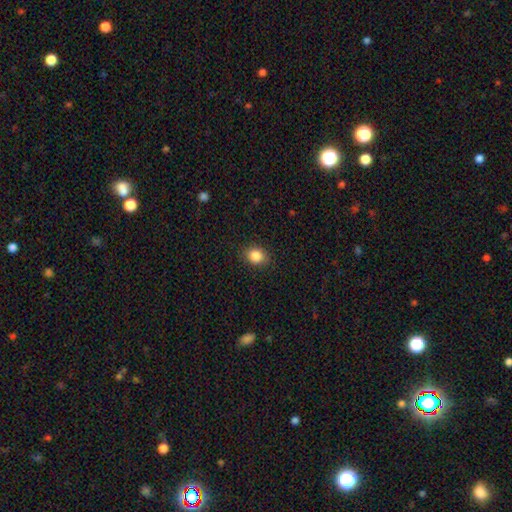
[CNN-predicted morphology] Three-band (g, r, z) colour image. It shows a smooth galaxy with no disk features (87%) that is round (50%). Merging: none (88%).